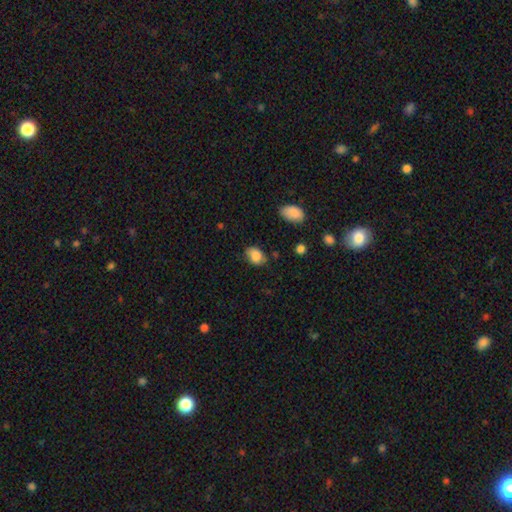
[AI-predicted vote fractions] Smooth or featured?
  - smooth: 83% *
  - star or artifact: 9%
  - featured or disk: 8%
How rounded?
  - in between: 75% *
  - round: 24%
  - cigar-shaped: 1%
Merging?
  - none: 61% *
  - minor disturbance: 30%
  - major disturbance: 7%
  - merger: 3%